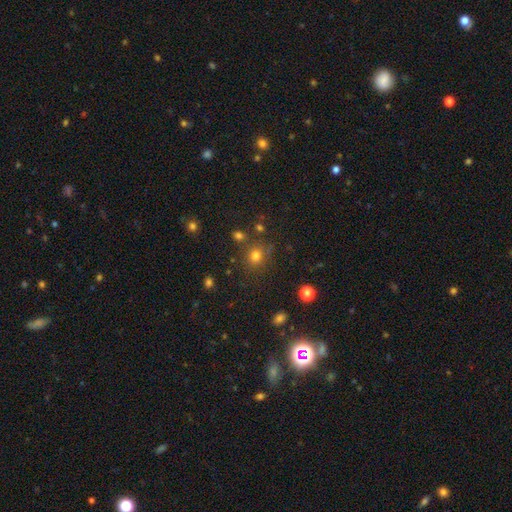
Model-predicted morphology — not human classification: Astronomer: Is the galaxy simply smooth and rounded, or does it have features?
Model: smooth — 73%.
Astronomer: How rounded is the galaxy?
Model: round — 84%.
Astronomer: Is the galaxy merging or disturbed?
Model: none — 77%.